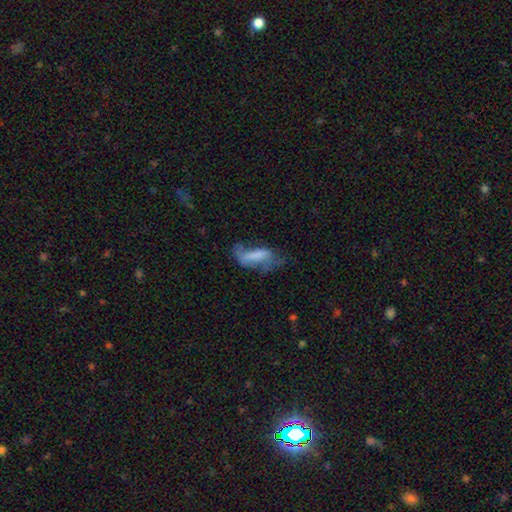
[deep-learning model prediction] The model was most divided on "smooth or featured": smooth: 52%, featured or disk: 38%, star or artifact: 10%. Remaining: how rounded — in between (69%); merging — major disturbance (44%).